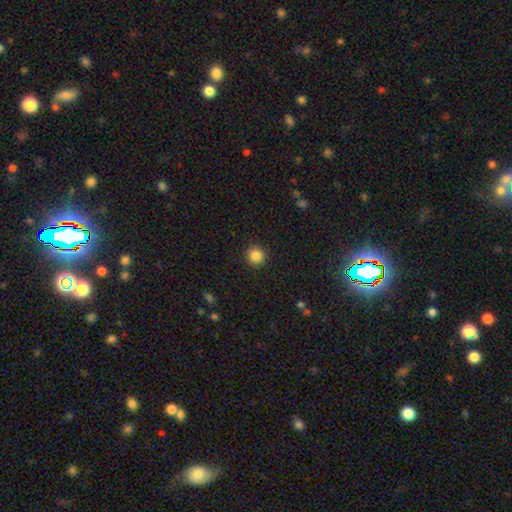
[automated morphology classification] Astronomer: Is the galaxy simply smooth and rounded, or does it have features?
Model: smooth — 86%.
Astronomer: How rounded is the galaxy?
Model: round — 95%.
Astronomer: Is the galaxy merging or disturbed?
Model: none — 92%.